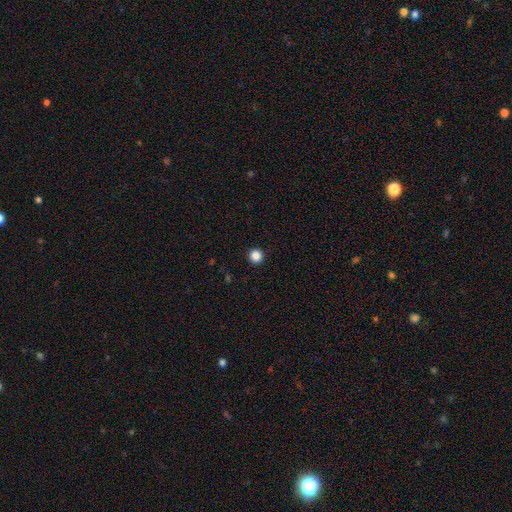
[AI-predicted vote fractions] Smooth or featured? Predicted: smooth (p=0.86). How rounded? Predicted: round (p=0.95). Merging? Predicted: none (p=0.93).